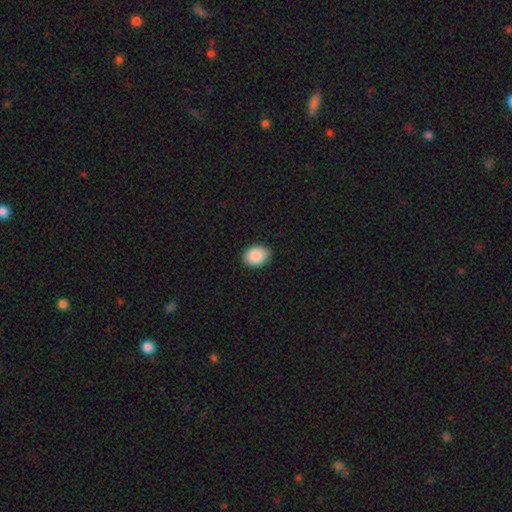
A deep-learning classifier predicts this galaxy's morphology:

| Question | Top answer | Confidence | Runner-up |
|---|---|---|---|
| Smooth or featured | smooth | 90% | star or artifact (7%) |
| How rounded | in between | 71% | round (28%) |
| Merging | none | 87% | minor disturbance (10%) |